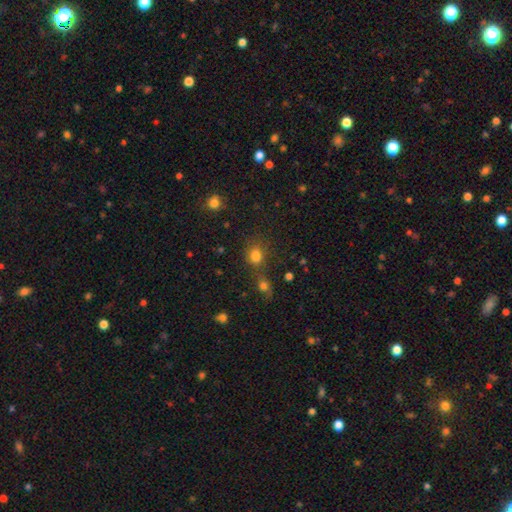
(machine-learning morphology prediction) Smooth or featured?
  - smooth: 78% *
  - star or artifact: 16%
  - featured or disk: 6%
How rounded?
  - round: 55% *
  - in between: 43%
  - cigar-shaped: 1%
Merging?
  - none: 56% *
  - merger: 25%
  - minor disturbance: 13%
  - major disturbance: 6%